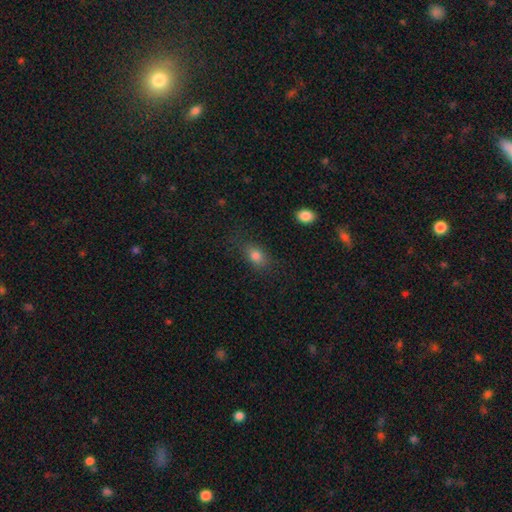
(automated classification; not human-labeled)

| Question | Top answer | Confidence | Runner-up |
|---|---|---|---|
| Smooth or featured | smooth | 80% | star or artifact (11%) |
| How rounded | in between | 74% | round (22%) |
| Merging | none | 75% | minor disturbance (17%) |